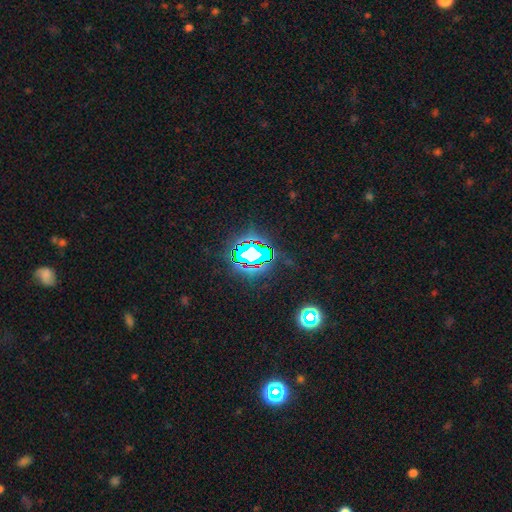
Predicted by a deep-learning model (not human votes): star or artifact 77%, smooth 13%, featured or disk 10%.